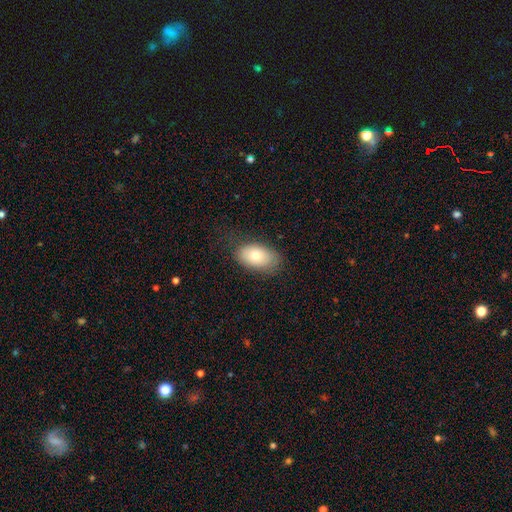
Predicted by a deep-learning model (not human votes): Smooth or featured?
  - smooth: 78% *
  - featured or disk: 14%
  - star or artifact: 7%
How rounded?
  - in between: 92% *
  - round: 7%
  - cigar-shaped: 1%
Merging?
  - none: 77% *
  - minor disturbance: 17%
  - major disturbance: 5%
  - merger: 1%